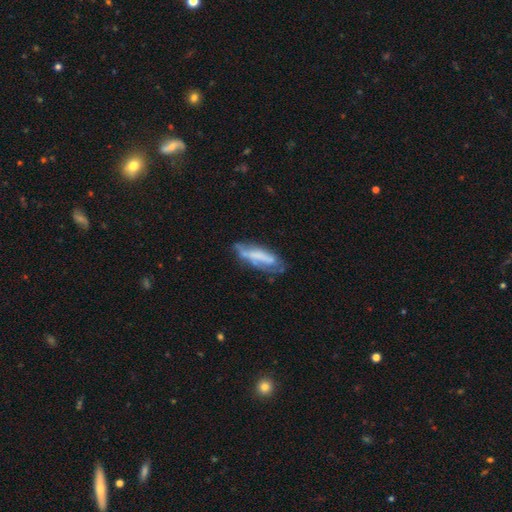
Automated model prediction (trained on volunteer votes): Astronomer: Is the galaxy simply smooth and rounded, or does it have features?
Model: featured or disk — 47% (runner-up: smooth, 45%).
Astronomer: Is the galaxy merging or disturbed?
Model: none — 44% (runner-up: minor disturbance, 31%).